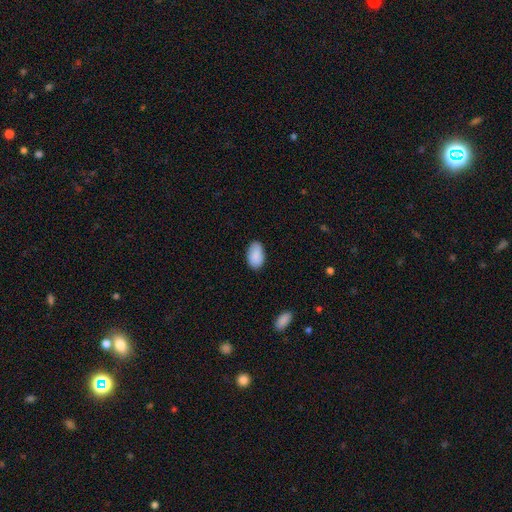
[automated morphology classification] This is clearly a smooth galaxy (89%). How rounded: clearly in between (94%). Merging: clearly none (84%).